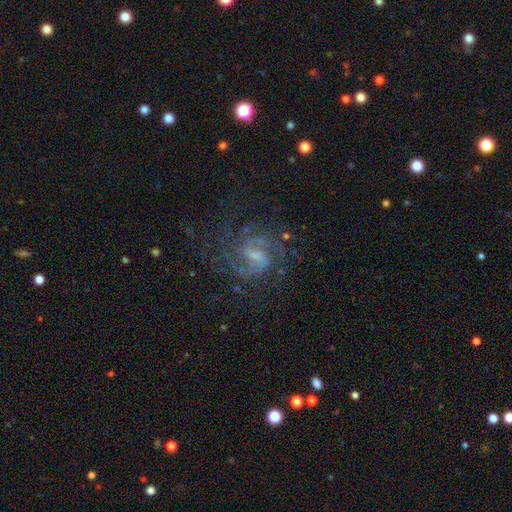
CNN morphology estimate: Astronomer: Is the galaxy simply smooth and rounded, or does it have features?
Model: featured or disk — 85%.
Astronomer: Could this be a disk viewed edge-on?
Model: no — 98%.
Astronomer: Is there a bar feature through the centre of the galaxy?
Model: weak — 57%.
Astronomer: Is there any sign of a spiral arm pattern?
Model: yes — 96%.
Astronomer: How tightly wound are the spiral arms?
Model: medium — 54%.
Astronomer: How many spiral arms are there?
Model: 2 — 66%.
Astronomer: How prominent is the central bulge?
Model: small — 43% (runner-up: moderate, 28%).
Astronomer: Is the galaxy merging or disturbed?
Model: none — 67%.